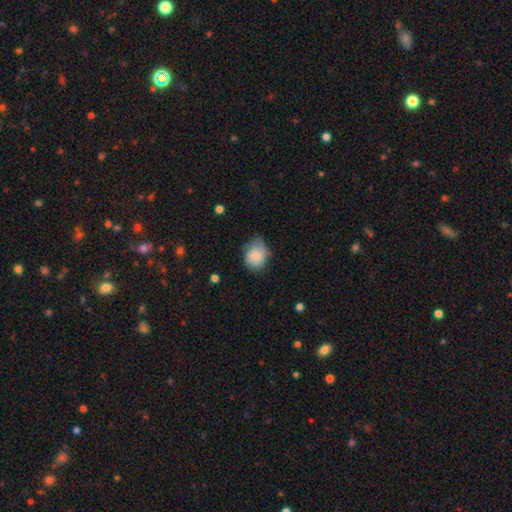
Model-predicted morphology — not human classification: smooth 72%, featured or disk 20%, star or artifact 7%. Down the decision tree: how rounded — in between (56%); merging — none (52%).